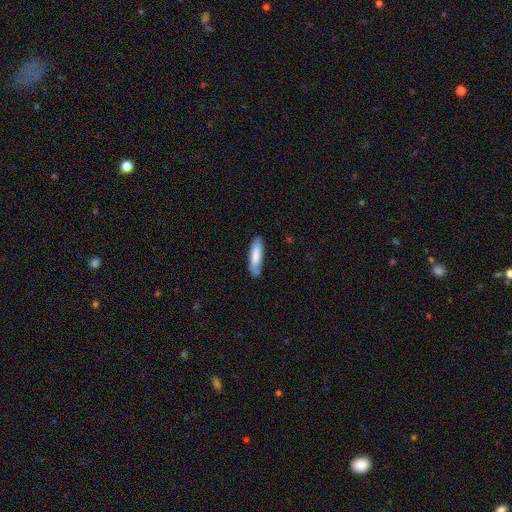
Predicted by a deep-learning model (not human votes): smooth_or_featured: smooth (p=0.80) [alt: featured or disk p=0.14]
how_rounded: cigar-shaped (p=0.62) [alt: in between p=0.36]
merging: none (p=0.71) [alt: minor disturbance p=0.20]